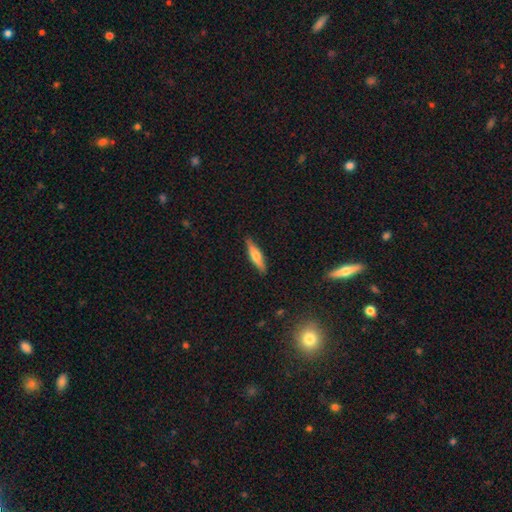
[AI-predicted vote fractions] Smooth or featured? smooth (53%)
How rounded? cigar-shaped (76%)
Merging? none (89%)